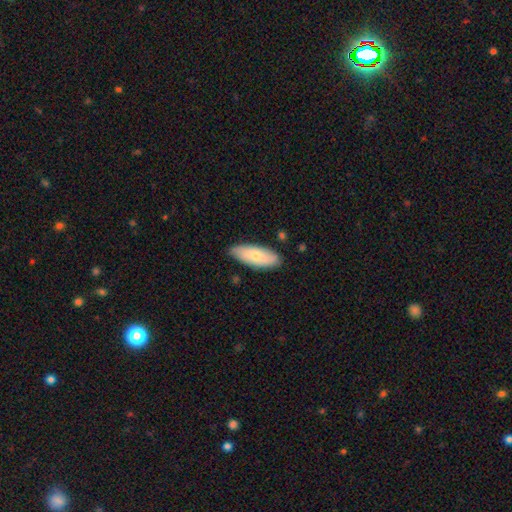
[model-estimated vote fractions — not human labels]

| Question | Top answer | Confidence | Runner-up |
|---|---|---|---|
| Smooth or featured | smooth | 73% | featured or disk (21%) |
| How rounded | in between | 76% | cigar-shaped (22%) |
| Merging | none | 79% | minor disturbance (17%) |